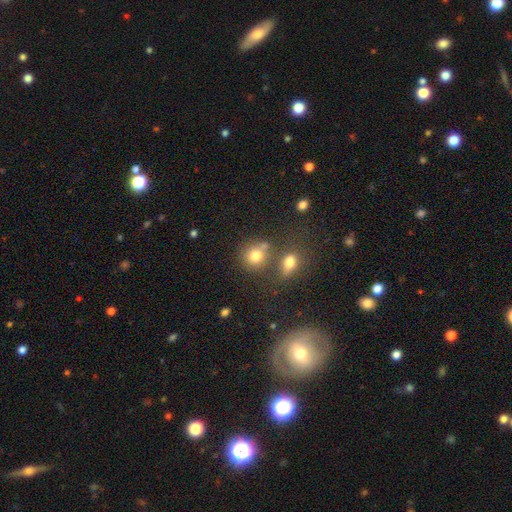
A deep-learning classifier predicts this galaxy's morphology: A smooth galaxy with no disk features (77%) that is round (79%). Merging: none (55%).